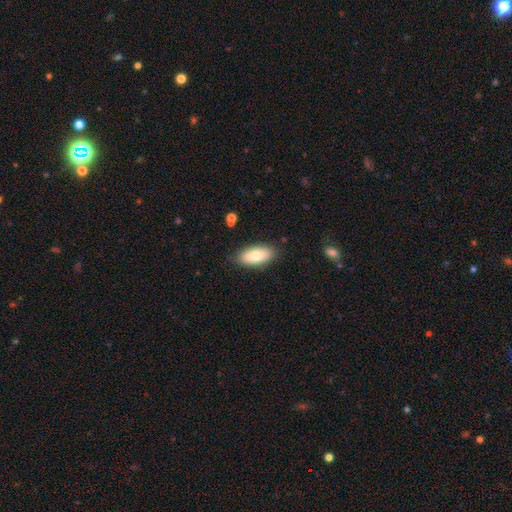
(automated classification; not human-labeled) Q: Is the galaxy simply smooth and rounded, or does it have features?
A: smooth — 78%.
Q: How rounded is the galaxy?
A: in between — 87%.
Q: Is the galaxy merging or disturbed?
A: none — 84%.